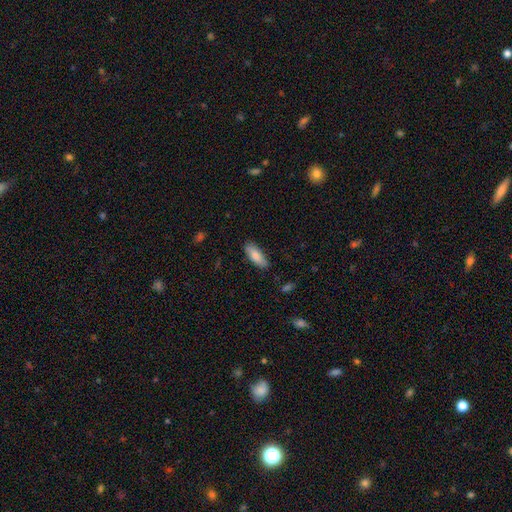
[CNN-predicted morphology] Smooth or featured: smooth — 83% (featured or disk — 11%)
How rounded: in between — 71% (cigar-shaped — 27%)
Merging: none — 83% (minor disturbance — 13%)